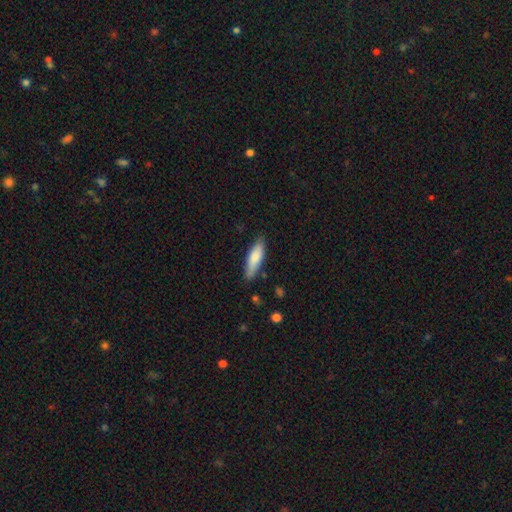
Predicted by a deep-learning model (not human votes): Q: Smooth or featured?
A: smooth (80%); runner-up: featured or disk (14%)
Q: How rounded?
A: cigar-shaped (53%); runner-up: in between (45%)
Q: Merging?
A: none (81%); runner-up: minor disturbance (15%)